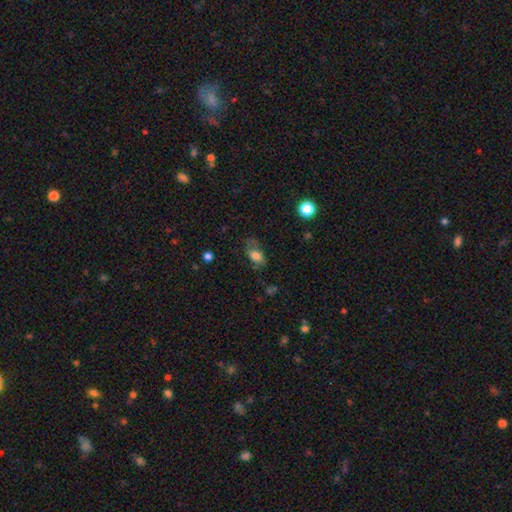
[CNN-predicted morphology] This is likely a smooth galaxy (67%). How rounded: clearly in between (86%). Merging: possibly none (55%).